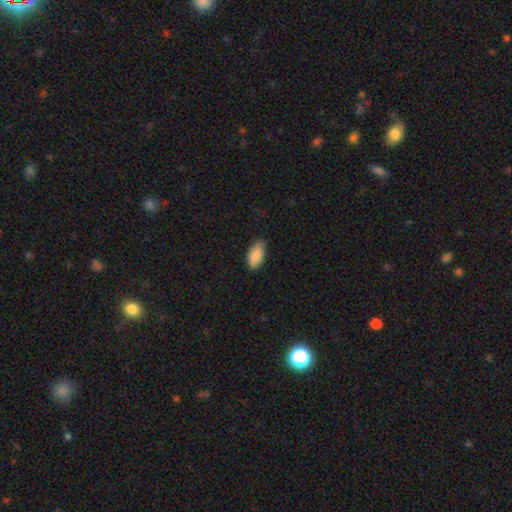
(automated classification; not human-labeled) This is clearly a smooth galaxy (89%). How rounded: clearly in between (94%). Merging: likely none (79%).